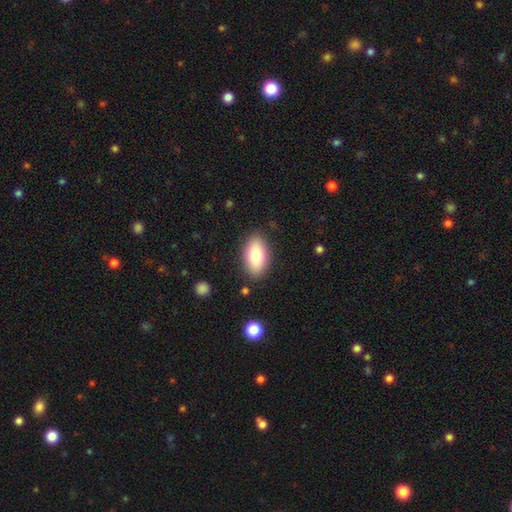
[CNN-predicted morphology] Smooth or featured: smooth — 78% (featured or disk — 15%)
How rounded: in between — 92% (round — 4%)
Merging: none — 86% (minor disturbance — 10%)